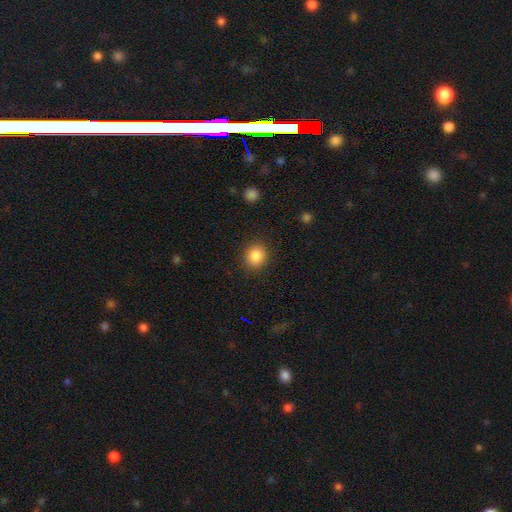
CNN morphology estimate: smooth-or-featured: smooth: 87% | star or artifact: 9% | featured or disk: 4%
  how-rounded: round: 79% | in between: 20% | cigar-shaped: 1%
  merging: none: 88% | minor disturbance: 8% | major disturbance: 3% | merger: 1%